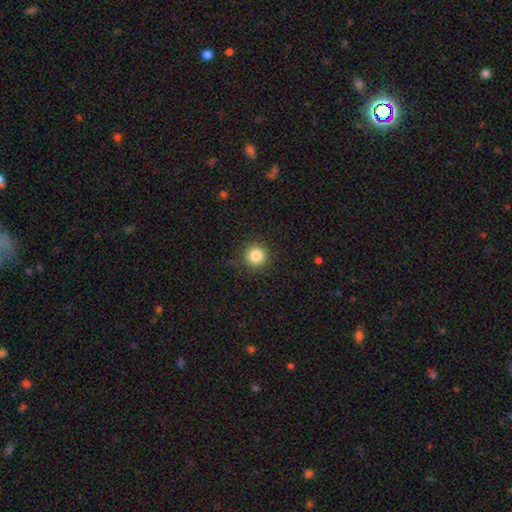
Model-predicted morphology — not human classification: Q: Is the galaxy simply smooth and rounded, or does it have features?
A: smooth — 83%.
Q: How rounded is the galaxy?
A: round — 95%.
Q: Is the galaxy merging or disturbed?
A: none — 86%.